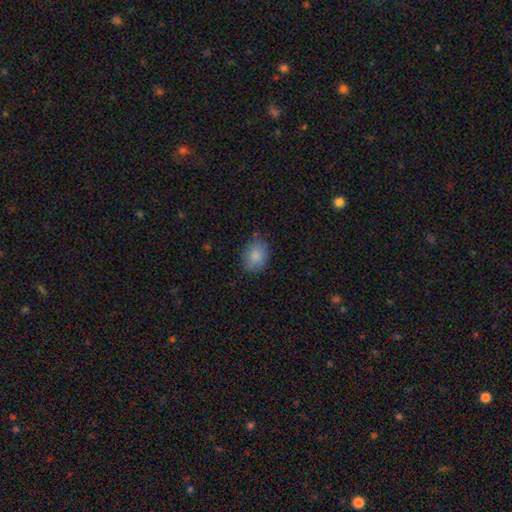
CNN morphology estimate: A smooth galaxy with no disk features (85%) that is in between round and cigar-shaped (66%).

Vote fractions:
- Smooth or featured? smooth: 85% / star or artifact: 8% / featured or disk: 7%
- How rounded? in between: 66% / round: 33% / cigar-shaped: 1%
- Merging? none: 72% / minor disturbance: 22% / major disturbance: 4% / merger: 2%